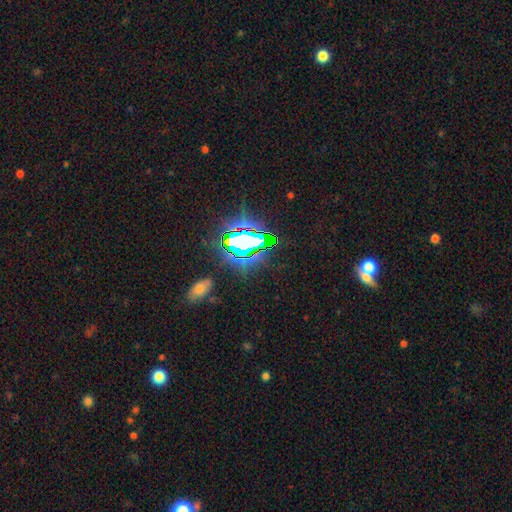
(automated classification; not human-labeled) Smooth or featured? Predicted: star or artifact (p=0.83).